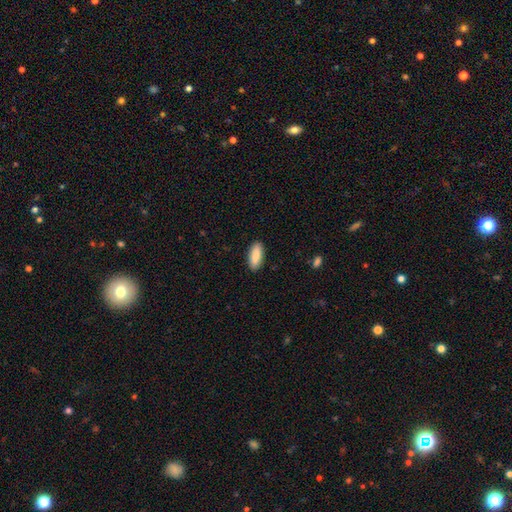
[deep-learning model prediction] This is clearly a smooth galaxy (89%). How rounded: likely in between (77%). Merging: clearly none (90%).